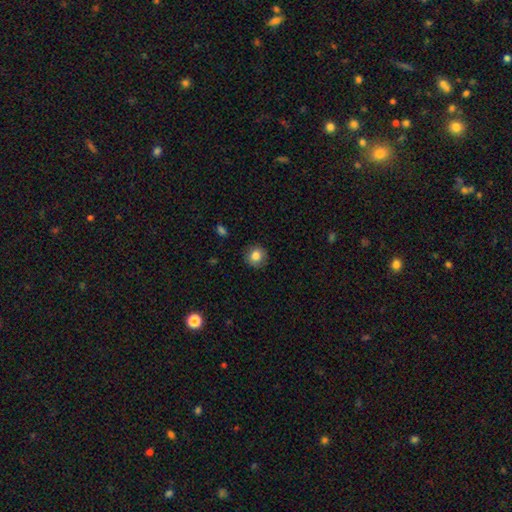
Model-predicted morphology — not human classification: Overall: smooth (83%). How rounded: round (91%). Merging: none (88%).